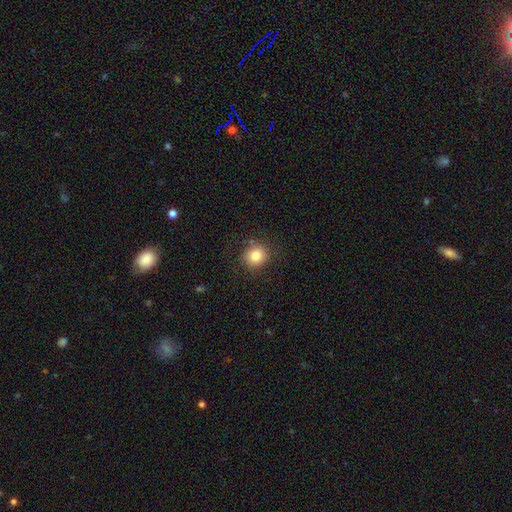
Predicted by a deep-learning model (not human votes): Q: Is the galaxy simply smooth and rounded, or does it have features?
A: smooth — 84%.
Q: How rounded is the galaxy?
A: round — 80%.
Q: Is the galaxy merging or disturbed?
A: none — 83%.